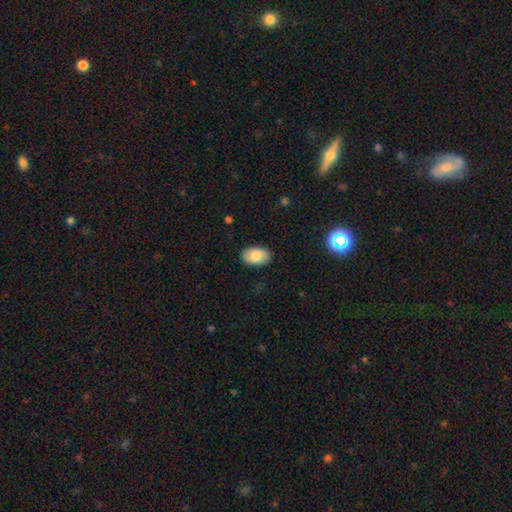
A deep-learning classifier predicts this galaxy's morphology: smooth 81%, featured or disk 12%, star or artifact 7%. Down the decision tree: how rounded — in between (91%); merging — none (87%).